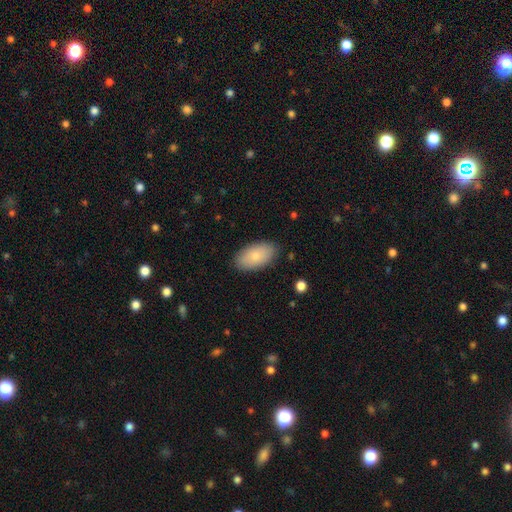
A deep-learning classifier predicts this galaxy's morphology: Smooth or featured? smooth (76%)
How rounded? in between (94%)
Merging? none (86%)